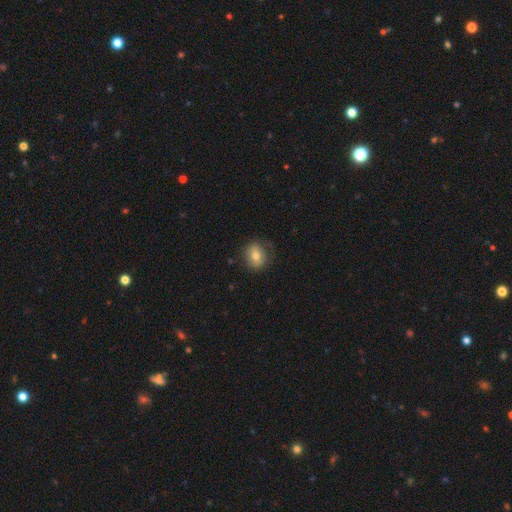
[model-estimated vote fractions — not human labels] This appears to be a smooth galaxy with no disk features (71%) that is round (60%). Merging: none (77%).